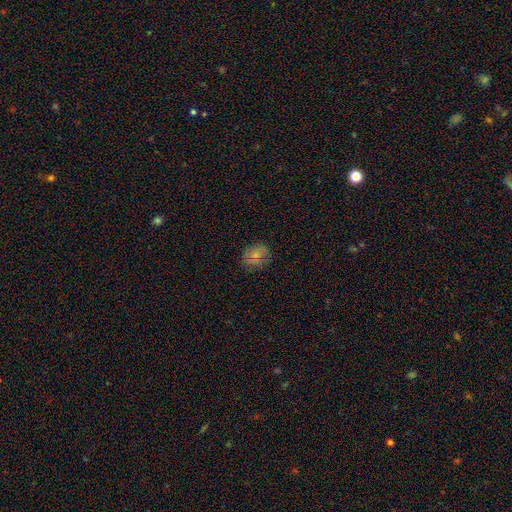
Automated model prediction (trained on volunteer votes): Q: Smooth or featured?
A: smooth (74%); runner-up: featured or disk (14%)
Q: How rounded?
A: round (60%); runner-up: in between (39%)
Q: Merging?
A: none (80%); runner-up: minor disturbance (15%)